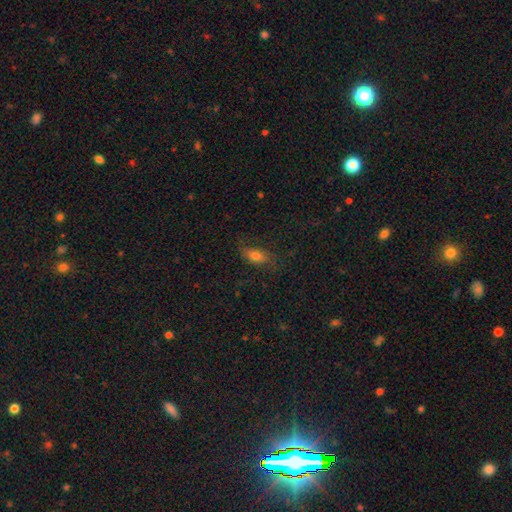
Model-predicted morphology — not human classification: Smooth or featured: smooth — 72% (featured or disk — 18%)
How rounded: in between — 83% (cigar-shaped — 10%)
Merging: none — 74% (minor disturbance — 18%)